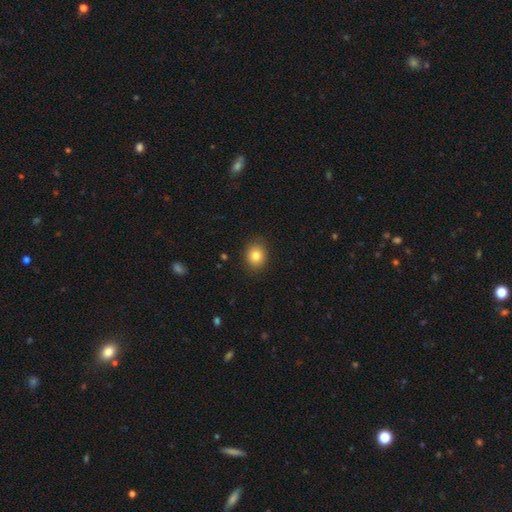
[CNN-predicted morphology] Overall: smooth (82%). How rounded: round (60%; in between 39%). Merging: none (88%).